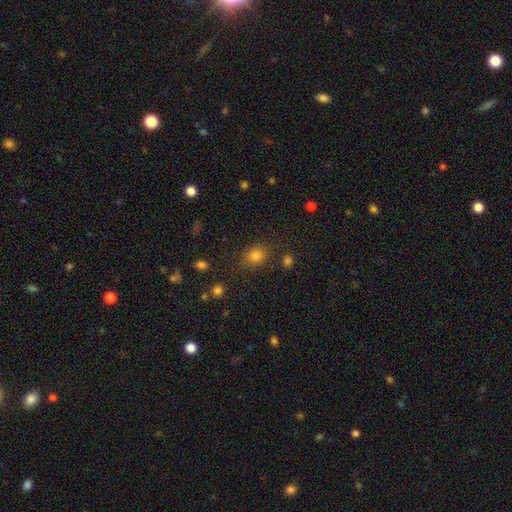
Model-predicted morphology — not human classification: smooth_or_featured: smooth (p=0.78) [alt: star or artifact p=0.17]
how_rounded: round (p=0.68) [alt: in between p=0.31]
merging: none (p=0.80) [alt: minor disturbance p=0.12]